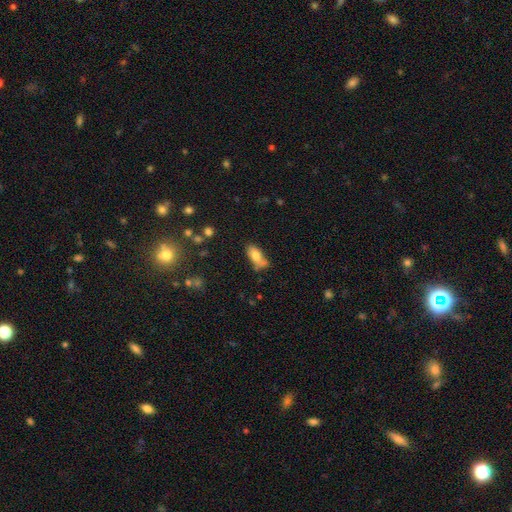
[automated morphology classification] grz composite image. It shows a smooth galaxy with no disk features (75%) that is in between round and cigar-shaped (82%). Merging: none (47%).